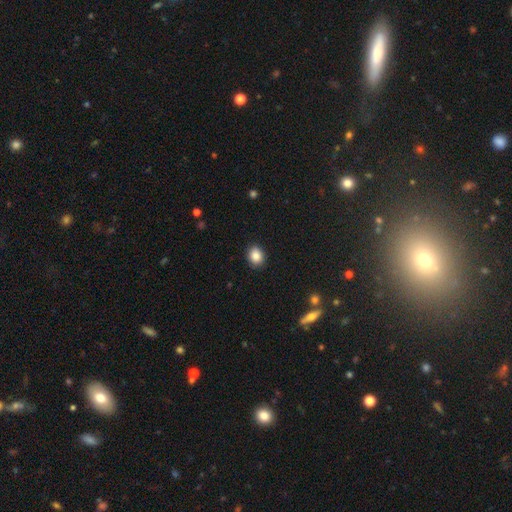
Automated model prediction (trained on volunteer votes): smooth 86%, star or artifact 9%, featured or disk 5%. Down the decision tree: how rounded — round (54%); merging — none (88%).